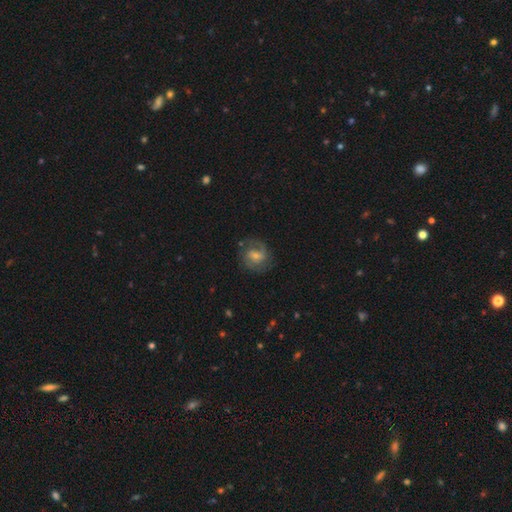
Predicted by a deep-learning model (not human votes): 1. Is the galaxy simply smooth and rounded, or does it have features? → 74% featured or disk, 19% smooth, 6% star or artifact.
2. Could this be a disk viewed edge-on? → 98% no, 2% yes.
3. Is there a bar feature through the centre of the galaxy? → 53% weak, 33% no, 15% strong.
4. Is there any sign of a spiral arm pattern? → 92% yes, 8% no.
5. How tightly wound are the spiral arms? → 52% medium, 29% tight, 19% loose.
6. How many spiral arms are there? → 80% 2, 9% can't tell, 4% 3, 4% 1, 1% 4, 1% more than 4.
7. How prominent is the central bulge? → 52% small, 38% moderate, 5% none, 4% large, 1% dominant.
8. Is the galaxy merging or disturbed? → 73% none, 16% minor disturbance, 9% major disturbance, 2% merger.